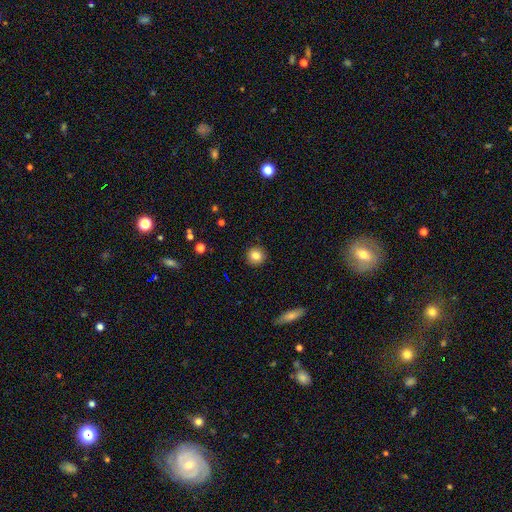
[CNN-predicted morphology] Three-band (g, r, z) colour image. It shows a smooth galaxy with no disk features (83%) that is round (94%). Merging: none (92%).